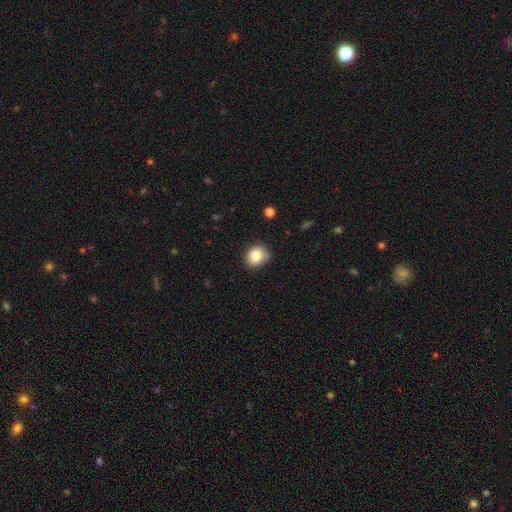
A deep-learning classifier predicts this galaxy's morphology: A smooth galaxy with no disk features (82%) that is round (72%).

Vote fractions:
- Smooth or featured? smooth: 82% / star or artifact: 10% / featured or disk: 8%
- How rounded? round: 72% / in between: 27% / cigar-shaped: 1%
- Merging? none: 77% / minor disturbance: 17% / major disturbance: 3% / merger: 3%